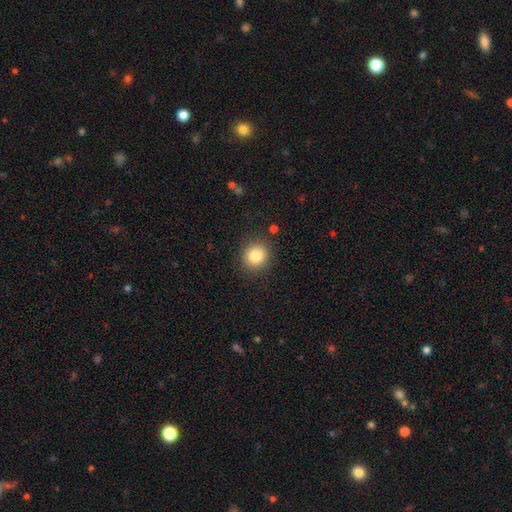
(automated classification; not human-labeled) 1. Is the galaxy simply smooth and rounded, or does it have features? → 83% smooth, 10% star or artifact, 7% featured or disk.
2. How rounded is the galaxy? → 85% round, 14% in between, 1% cigar-shaped.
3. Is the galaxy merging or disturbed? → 88% none, 7% minor disturbance, 3% major disturbance, 2% merger.